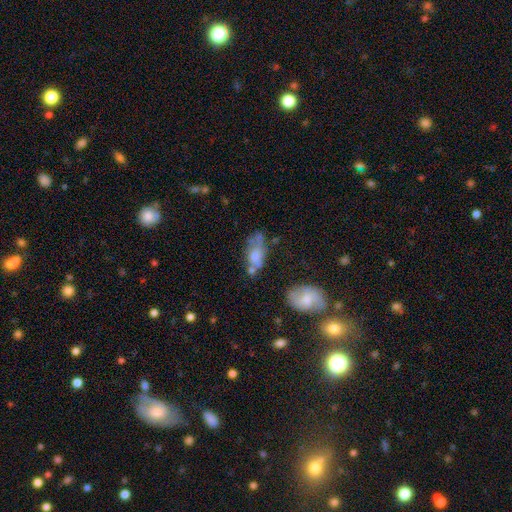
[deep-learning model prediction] Smooth or featured: smooth — 58% (featured or disk — 33%)
How rounded: in between — 83% (cigar-shaped — 11%)
Merging: none — 34% (minor disturbance — 25%)